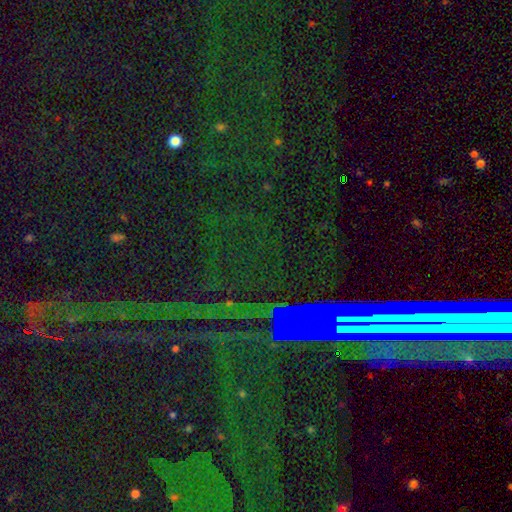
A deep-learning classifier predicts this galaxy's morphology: The model was most divided on "smooth or featured": star or artifact: 79%, featured or disk: 11%, smooth: 10%.